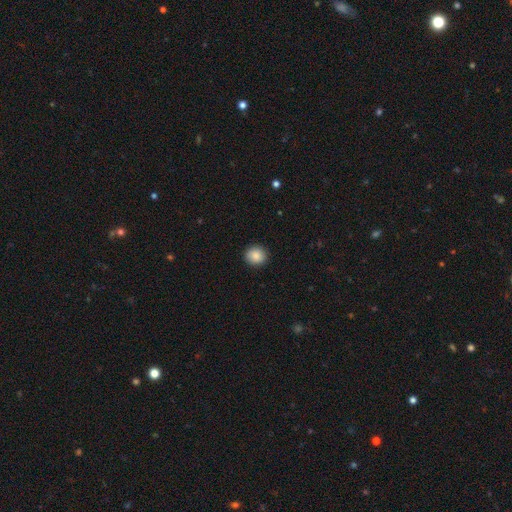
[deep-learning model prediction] Smooth or featured: smooth — 88% (star or artifact — 8%)
How rounded: round — 85% (in between — 14%)
Merging: none — 91% (minor disturbance — 7%)